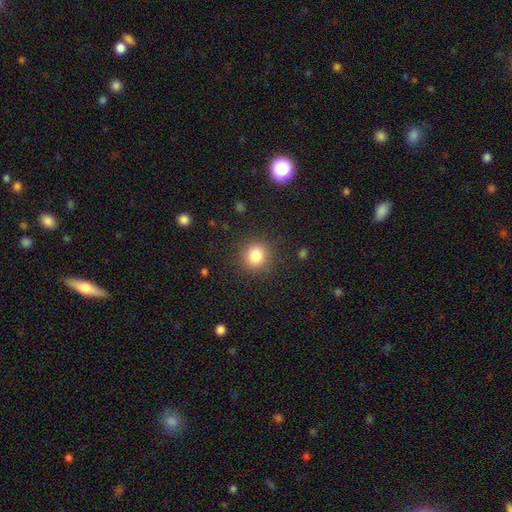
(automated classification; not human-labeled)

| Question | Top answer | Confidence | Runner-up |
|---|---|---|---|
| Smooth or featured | smooth | 83% | star or artifact (11%) |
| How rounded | round | 86% | in between (13%) |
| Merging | none | 87% | minor disturbance (8%) |